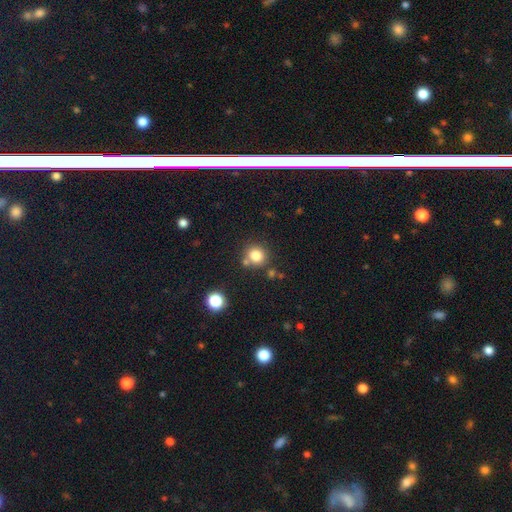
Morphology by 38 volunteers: Smooth or featured: smooth — 84% (featured or disk — 8%)
How rounded: round — 88% (in between — 12%)
Merging: none — 66% (merger — 17%)